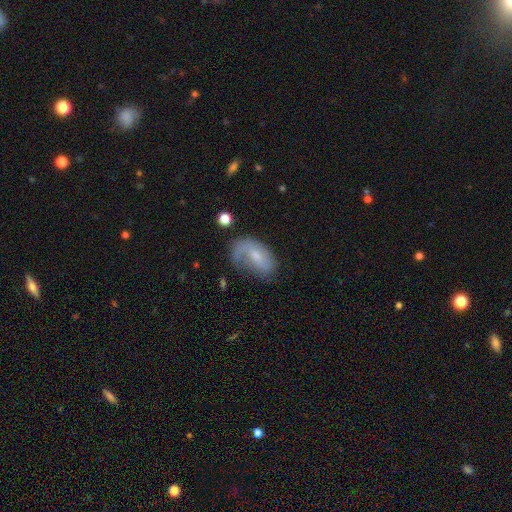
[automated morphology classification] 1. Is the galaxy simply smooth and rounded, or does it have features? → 50% featured or disk, 42% smooth, 8% star or artifact.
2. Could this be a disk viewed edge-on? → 94% no, 6% yes.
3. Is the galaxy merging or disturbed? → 39% none, 30% major disturbance, 28% minor disturbance, 3% merger.